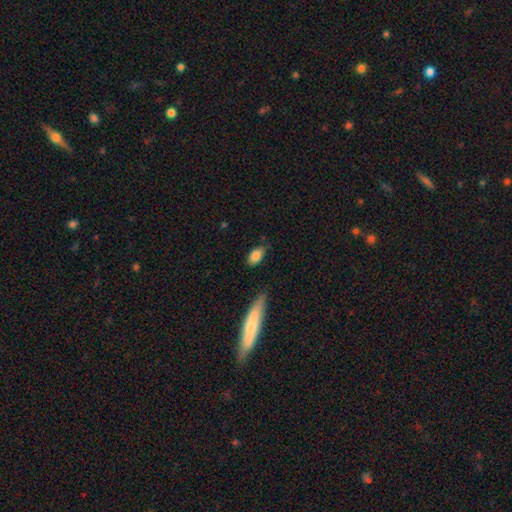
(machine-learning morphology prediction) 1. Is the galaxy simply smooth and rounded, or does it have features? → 84% smooth, 9% featured or disk, 7% star or artifact.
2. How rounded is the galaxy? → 89% in between, 6% round, 5% cigar-shaped.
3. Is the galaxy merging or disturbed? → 73% none, 20% minor disturbance, 4% major disturbance, 3% merger.